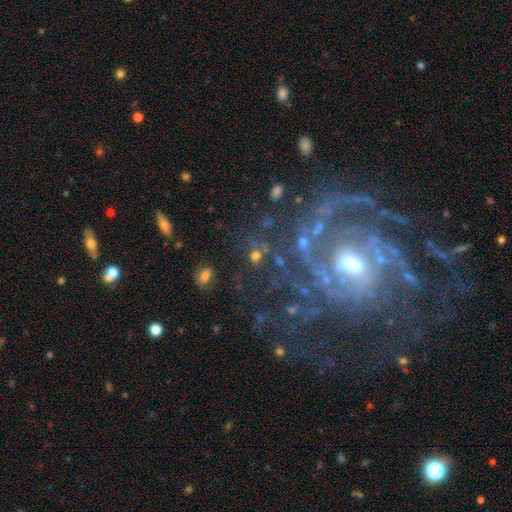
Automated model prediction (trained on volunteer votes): Smooth or featured? smooth (51%)
How rounded? round (75%)
Merging? none (62%)